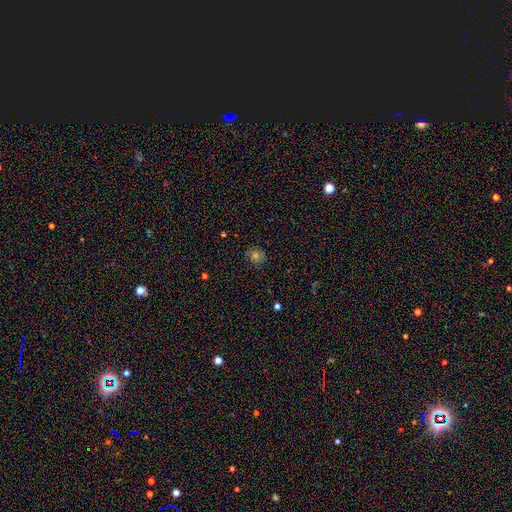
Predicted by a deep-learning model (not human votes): A smooth galaxy with no disk features (68%) that is round (88%).

Vote fractions:
- Smooth or featured? smooth: 68% / star or artifact: 23% / featured or disk: 10%
- How rounded? round: 88% / in between: 11% / cigar-shaped: 1%
- Merging? none: 86% / minor disturbance: 10% / major disturbance: 3% / merger: 1%